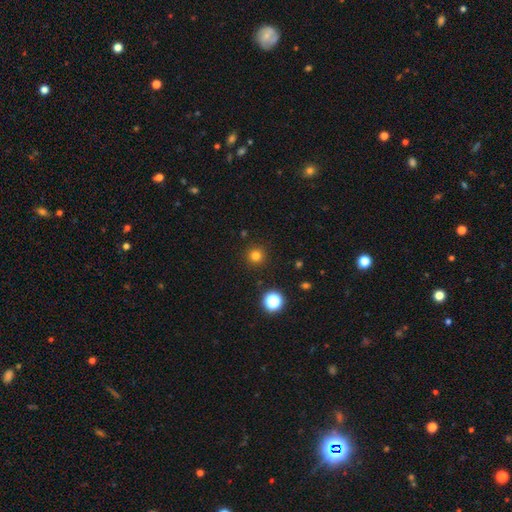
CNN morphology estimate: A smooth galaxy with no disk features (79%) that is round (96%). Merging: none (92%).